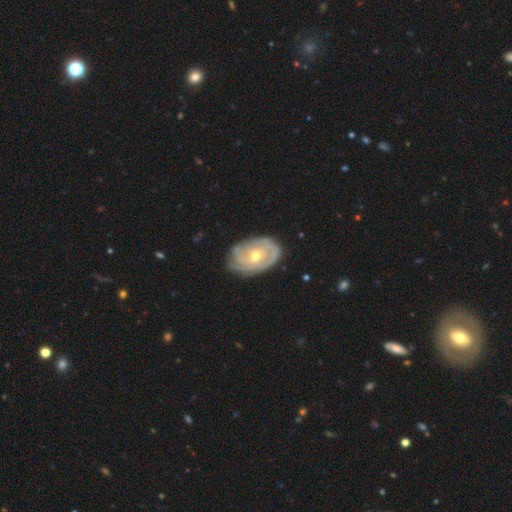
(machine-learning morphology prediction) Overall: featured or disk (82%). Edge-on disk: no (96%). Bar: no (64%; weak 29%). Spiral arms: yes (92%). Spiral arm count: can't tell (37%; 2 22%). Spiral winding: tight (73%). Bulge size: moderate (60%; small 37%). Merging: none (73%).